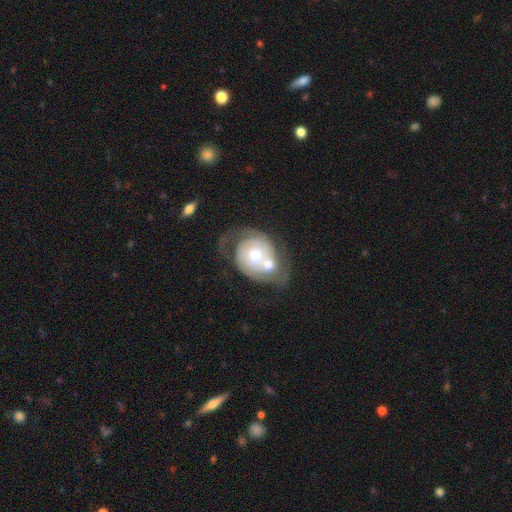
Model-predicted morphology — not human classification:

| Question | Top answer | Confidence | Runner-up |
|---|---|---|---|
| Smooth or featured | featured or disk | 67% | smooth (26%) |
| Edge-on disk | no | 97% | yes (3%) |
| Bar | no | 82% | weak (14%) |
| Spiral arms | yes | 68% | no (32%) |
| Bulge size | moderate | 72% | small (15%) |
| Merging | merger | 51% | none (22%) |